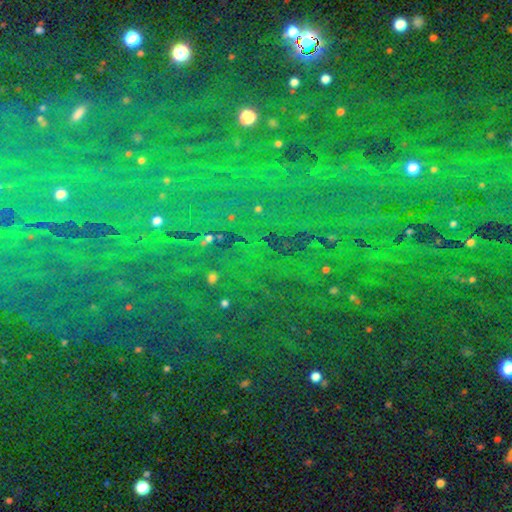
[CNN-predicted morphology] This is clearly a star or artifact rather than a galaxy (84%).